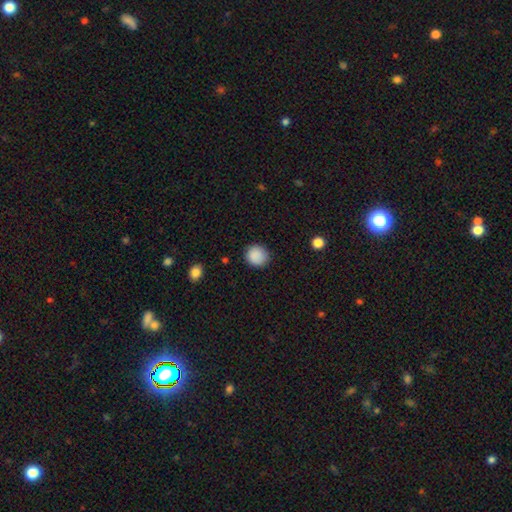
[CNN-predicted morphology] This is clearly a smooth galaxy (89%). How rounded: clearly round (89%). Merging: clearly none (87%).